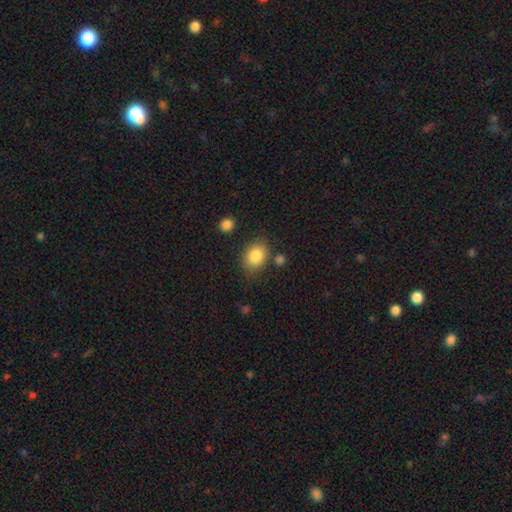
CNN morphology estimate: smooth-or-featured: smooth: 85% | star or artifact: 8% | featured or disk: 7%
  how-rounded: in between: 67% | round: 32% | cigar-shaped: 1%
  merging: none: 74% | minor disturbance: 15% | merger: 6% | major disturbance: 5%